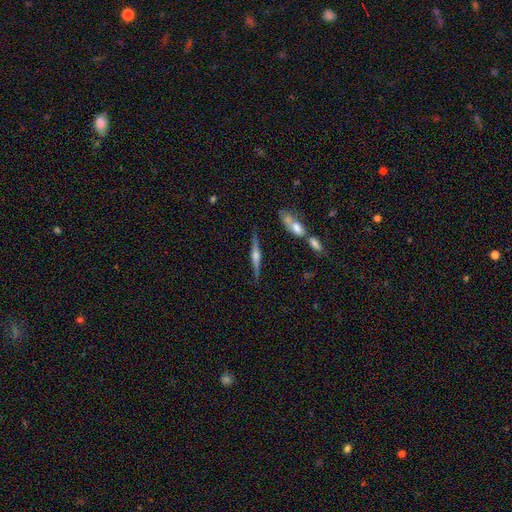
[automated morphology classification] This appears to be a featured or disk galaxy (78%) viewed edge-on (97%) with a rounded central bulge (86%). Merging: none (81%).